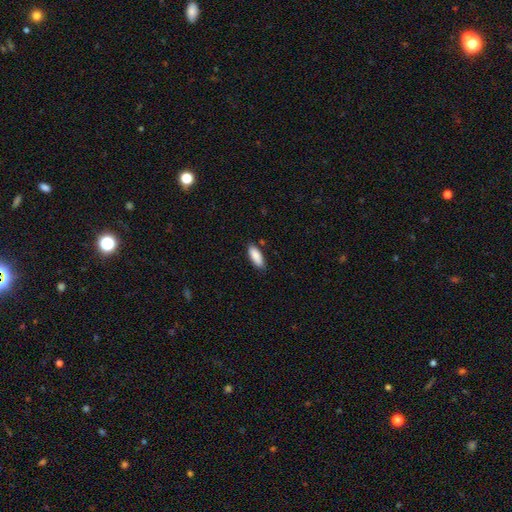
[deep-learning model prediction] smooth 88%, star or artifact 6%, featured or disk 6%. Down the decision tree: how rounded — in between (75%); merging — none (82%).